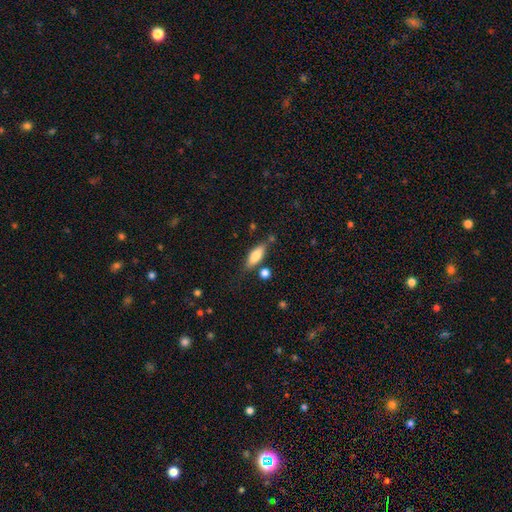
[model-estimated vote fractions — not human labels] Q: Smooth or featured?
A: smooth (72%); runner-up: featured or disk (21%)
Q: How rounded?
A: in between (63%); runner-up: cigar-shaped (34%)
Q: Merging?
A: none (72%); runner-up: minor disturbance (16%)